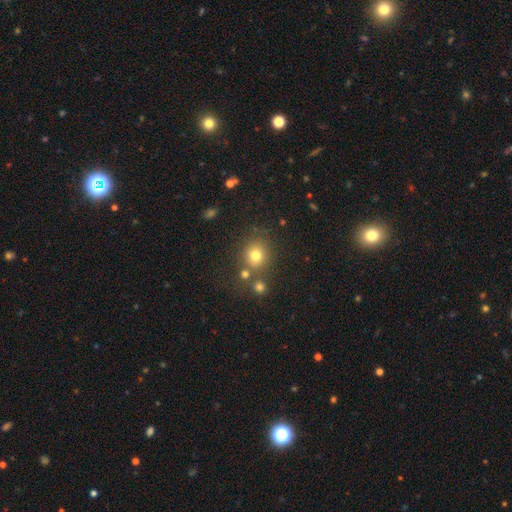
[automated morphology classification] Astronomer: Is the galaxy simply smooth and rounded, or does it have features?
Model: smooth — 75%.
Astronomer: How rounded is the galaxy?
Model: round — 83%.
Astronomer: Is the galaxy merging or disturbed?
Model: none — 71%.